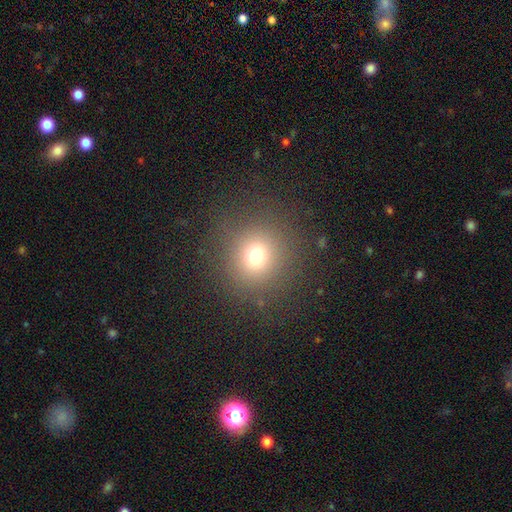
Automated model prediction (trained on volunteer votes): Morphology: type=smooth (72%); roundness=round (91%); merging=none (86%).